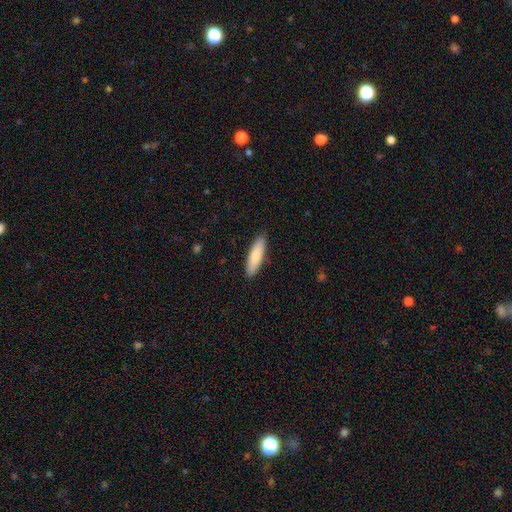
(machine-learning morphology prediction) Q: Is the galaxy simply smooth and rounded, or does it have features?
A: smooth — 79%.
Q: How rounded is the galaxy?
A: cigar-shaped — 63%.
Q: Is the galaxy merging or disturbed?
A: none — 88%.